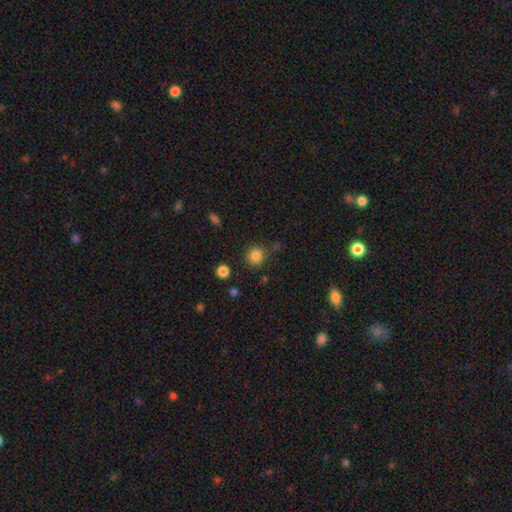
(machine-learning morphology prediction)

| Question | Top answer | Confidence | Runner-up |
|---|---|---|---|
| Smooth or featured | smooth | 84% | star or artifact (12%) |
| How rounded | round | 92% | in between (7%) |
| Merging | none | 83% | minor disturbance (9%) |